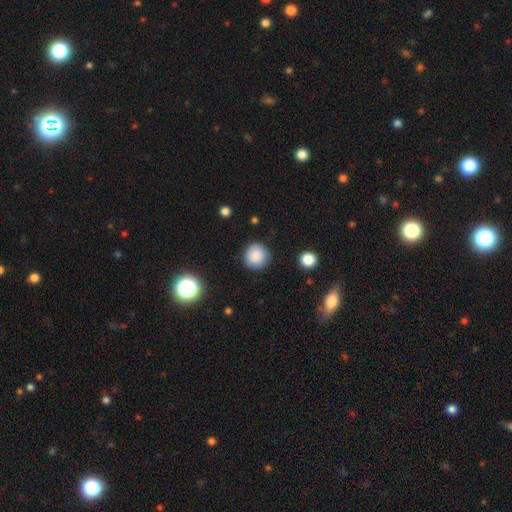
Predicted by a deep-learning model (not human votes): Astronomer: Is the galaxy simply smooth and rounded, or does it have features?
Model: smooth — 85%.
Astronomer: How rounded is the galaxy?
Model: round — 94%.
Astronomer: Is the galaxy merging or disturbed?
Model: none — 88%.